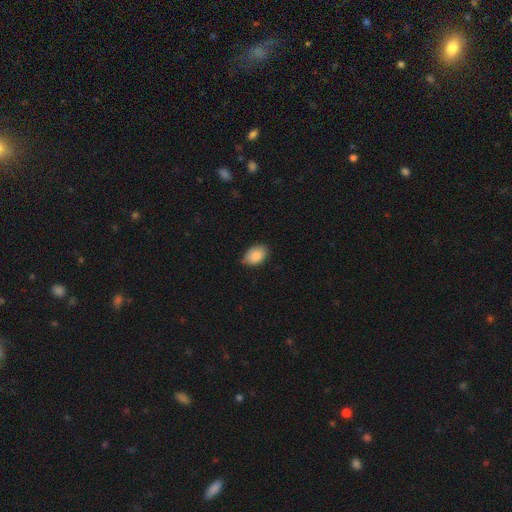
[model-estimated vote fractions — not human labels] Smooth or featured? smooth (86%)
How rounded? in between (89%)
Merging? none (76%)